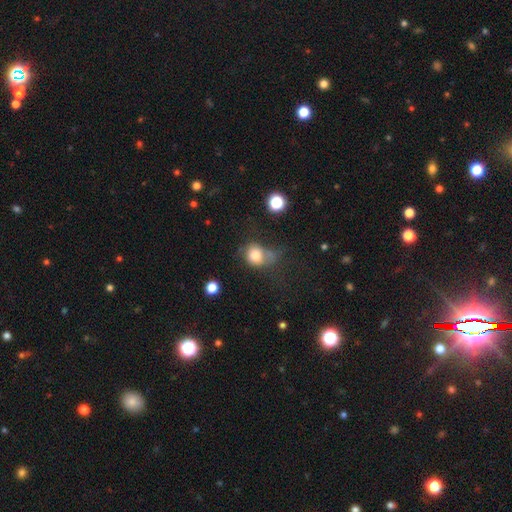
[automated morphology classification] Smooth or featured? smooth (76%)
How rounded? round (67%)
Merging? none (34%)